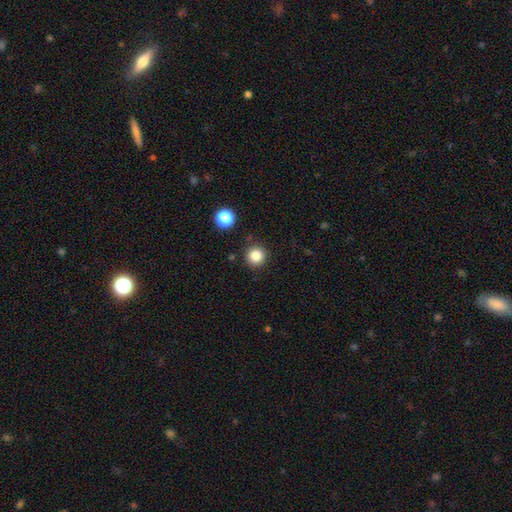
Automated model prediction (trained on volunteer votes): smooth-or-featured: smooth: 84% | star or artifact: 12% | featured or disk: 5%
  how-rounded: round: 95% | in between: 4% | cigar-shaped: 1%
  merging: none: 90% | minor disturbance: 6% | merger: 2% | major disturbance: 2%